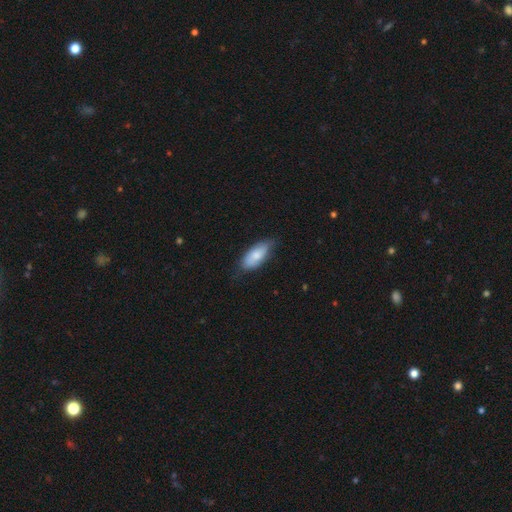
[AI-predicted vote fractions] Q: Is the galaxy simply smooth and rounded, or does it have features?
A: smooth — 74%.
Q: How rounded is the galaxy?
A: in between — 86%.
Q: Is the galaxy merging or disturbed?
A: none — 64%.